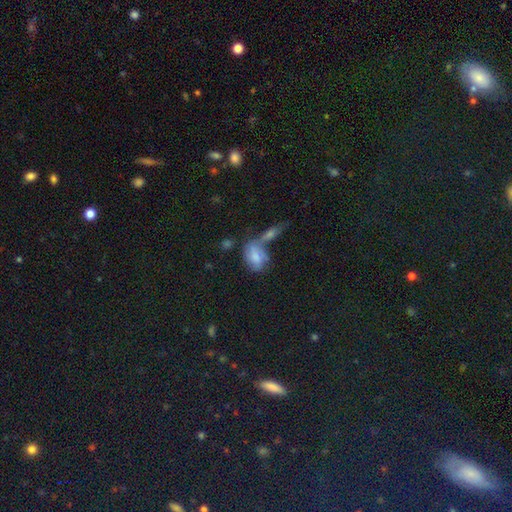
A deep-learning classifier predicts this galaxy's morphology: type=smooth (65%); roundness=in between (81%); merging=merger (40%).